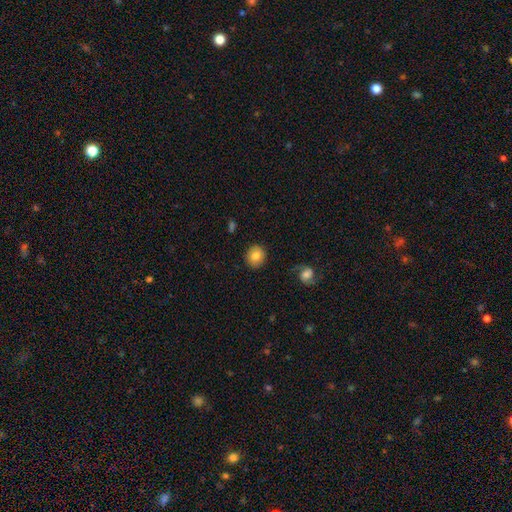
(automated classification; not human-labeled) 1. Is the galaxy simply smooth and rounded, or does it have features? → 82% smooth, 10% featured or disk, 8% star or artifact.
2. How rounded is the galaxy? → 86% round, 13% in between, 1% cigar-shaped.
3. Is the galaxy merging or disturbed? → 89% none, 8% minor disturbance, 2% major disturbance, 2% merger.